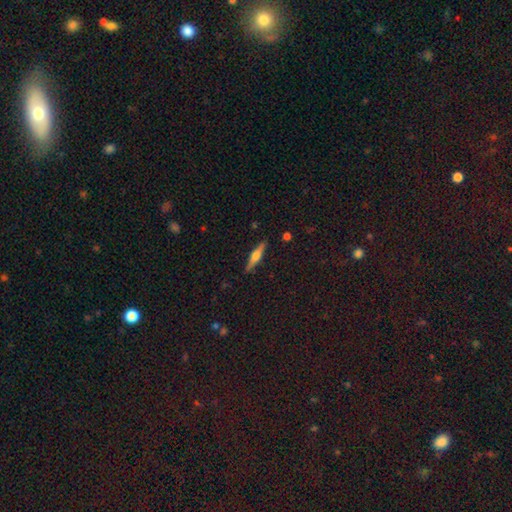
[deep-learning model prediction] This appears to be a featured or disk galaxy (64%) viewed edge-on (97%) with a rounded central bulge (85%). Merging: none (90%).